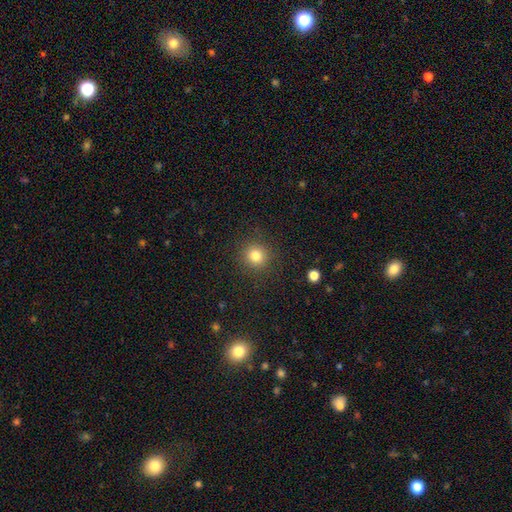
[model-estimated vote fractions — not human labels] Smooth or featured?
  - smooth: 81% *
  - star or artifact: 13%
  - featured or disk: 6%
How rounded?
  - round: 93% *
  - in between: 6%
  - cigar-shaped: 1%
Merging?
  - none: 90% *
  - minor disturbance: 6%
  - major disturbance: 3%
  - merger: 1%